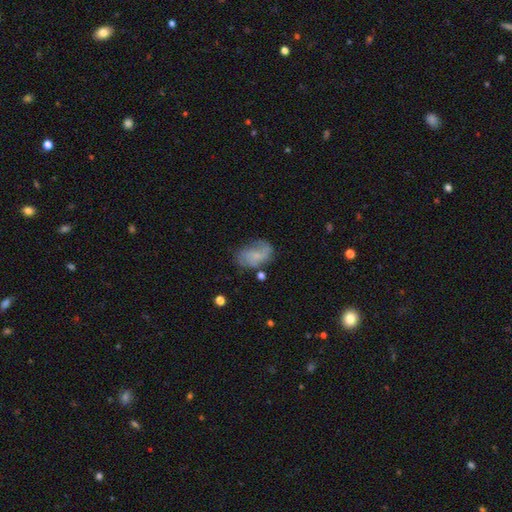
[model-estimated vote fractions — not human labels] Overall: smooth (45%, tied with featured or disk). Merging: none (53%; minor disturbance 28%).